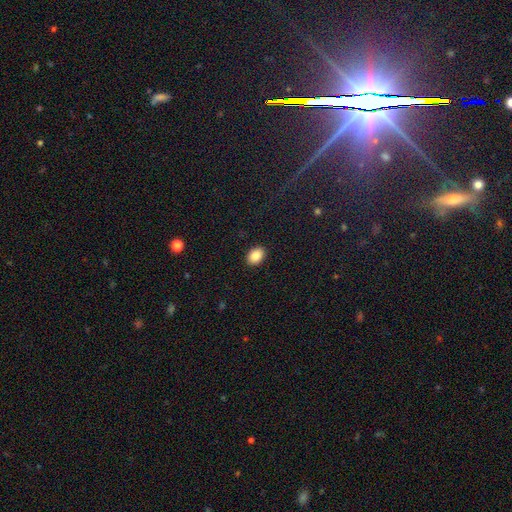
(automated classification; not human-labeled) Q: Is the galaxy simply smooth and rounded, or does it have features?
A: smooth — 87%.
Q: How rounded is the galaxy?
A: in between — 77%.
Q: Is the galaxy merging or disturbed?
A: none — 91%.